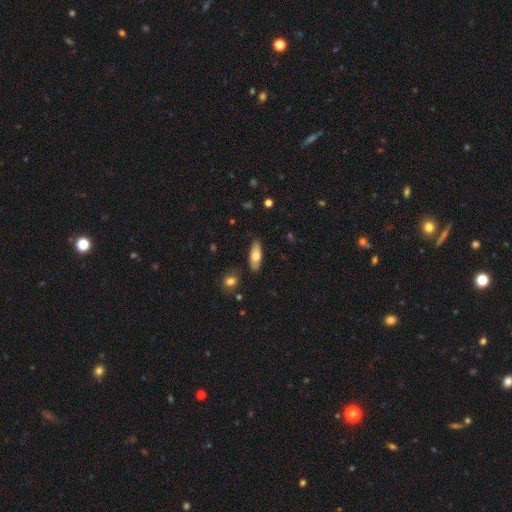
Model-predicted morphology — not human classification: Overall: smooth (72%). How rounded: in between (70%). Merging: none (79%).